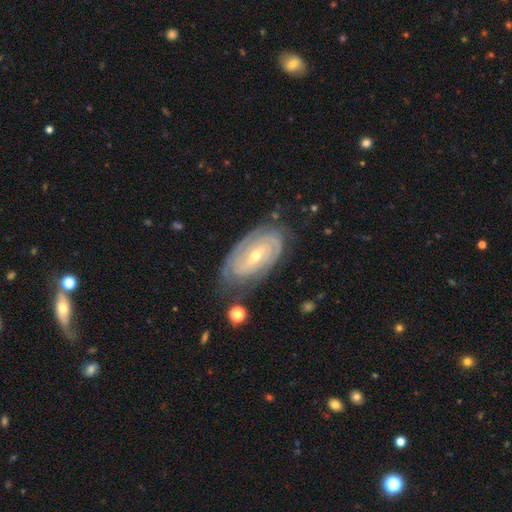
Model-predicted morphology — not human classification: Q: Smooth or featured?
A: featured or disk (87%); runner-up: smooth (8%)
Q: Edge-on disk?
A: no (95%); runner-up: yes (5%)
Q: Bar?
A: weak (42%); runner-up: no (37%)
Q: Spiral arms?
A: yes (96%); runner-up: no (4%)
Q: Spiral winding?
A: tight (76%); runner-up: medium (20%)
Q: Spiral arm count?
A: 2 (42%); runner-up: can't tell (26%)
Q: Bulge size?
A: small (67%); runner-up: moderate (30%)
Q: Merging?
A: none (74%); runner-up: minor disturbance (18%)